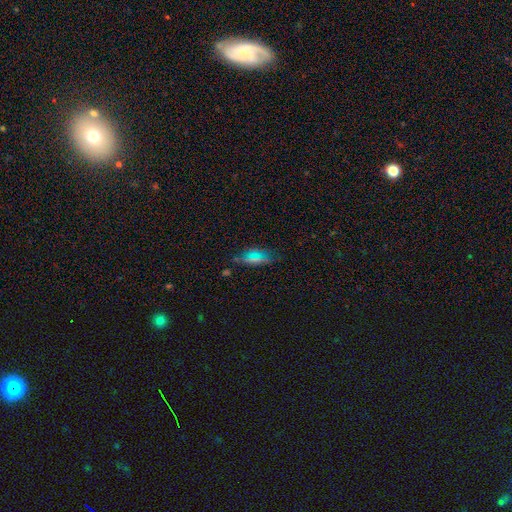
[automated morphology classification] This is possibly a smooth galaxy (58%). How rounded: likely in between (80%). Merging: likely none (67%).